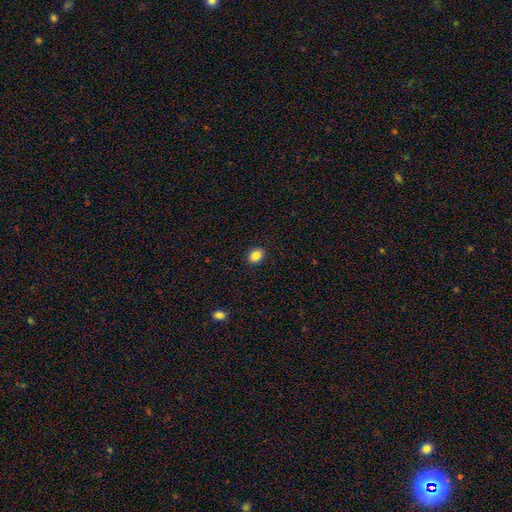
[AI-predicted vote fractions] This is clearly a smooth galaxy (86%). How rounded: likely in between (63%). Merging: clearly none (90%).